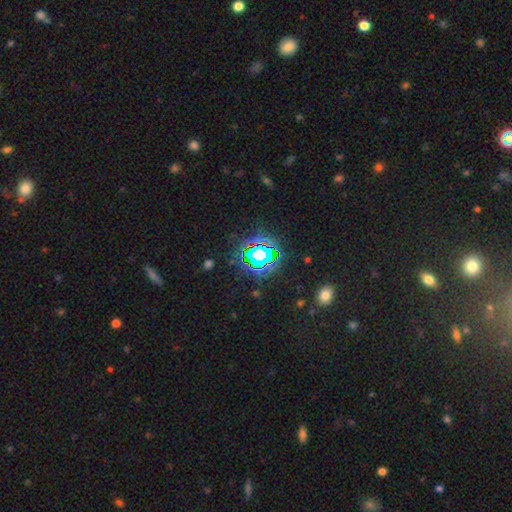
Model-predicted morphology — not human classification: smooth_or_featured: star or artifact (p=0.78) [alt: smooth p=0.14]